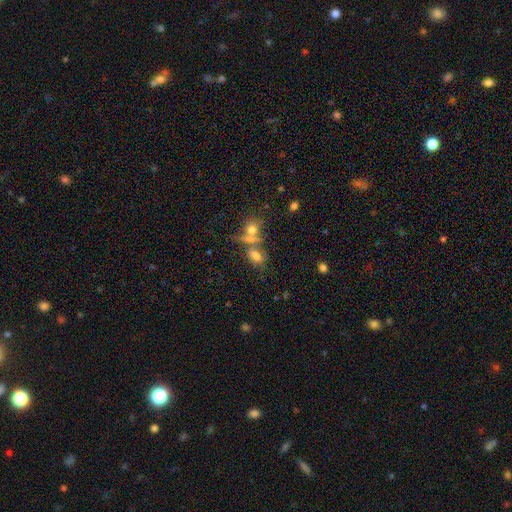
Smooth or featured? smooth (77%)
How rounded? in between (60%)
Merging? merger (43%)